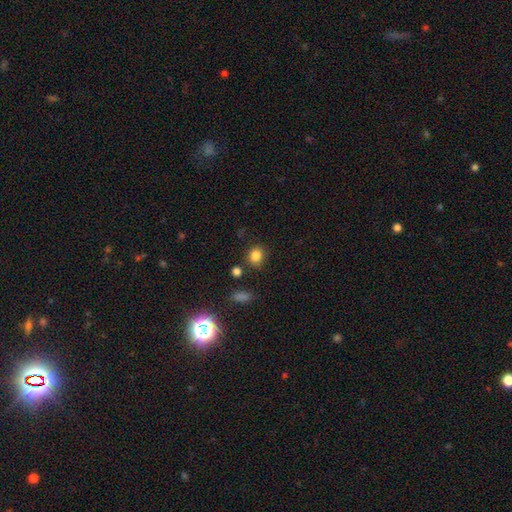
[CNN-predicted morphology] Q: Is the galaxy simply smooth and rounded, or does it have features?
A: smooth — 83%.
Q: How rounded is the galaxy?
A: round — 78%.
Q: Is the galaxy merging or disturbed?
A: none — 81%.